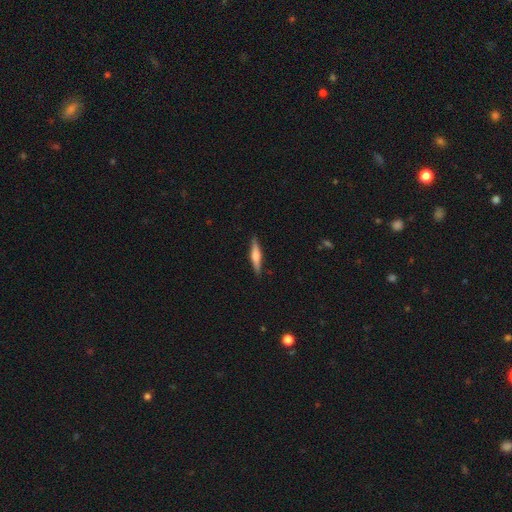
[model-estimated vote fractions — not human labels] The model was most divided on "smooth or featured": featured or disk: 49%, smooth: 45%, star or artifact: 6%. More confident: merging — none (89%).